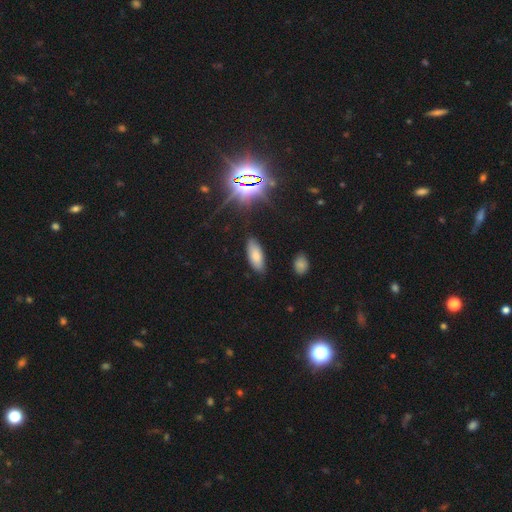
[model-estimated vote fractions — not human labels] Overall: smooth (76%). How rounded: in between (81%). Merging: none (85%).